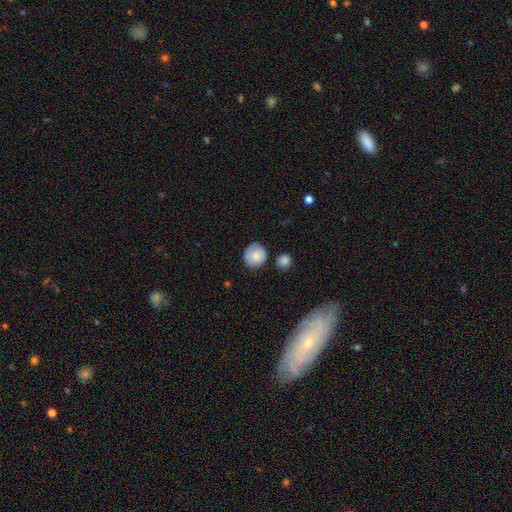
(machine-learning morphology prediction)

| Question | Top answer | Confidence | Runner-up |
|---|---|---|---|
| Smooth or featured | smooth | 77% | featured or disk (15%) |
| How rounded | round | 87% | in between (12%) |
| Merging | none | 76% | minor disturbance (16%) |